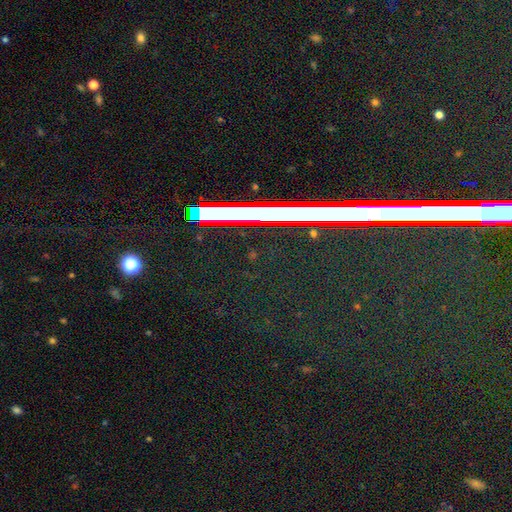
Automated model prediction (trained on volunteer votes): Morphology: type=star or artifact (64%).